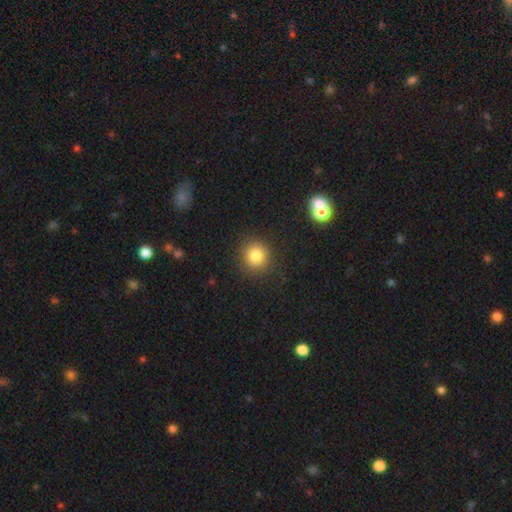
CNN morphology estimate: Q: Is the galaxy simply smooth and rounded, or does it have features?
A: smooth — 83%.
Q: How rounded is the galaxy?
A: round — 90%.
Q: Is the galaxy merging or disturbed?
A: none — 89%.